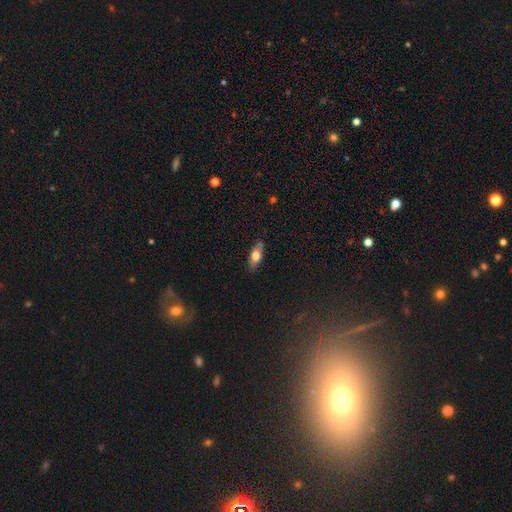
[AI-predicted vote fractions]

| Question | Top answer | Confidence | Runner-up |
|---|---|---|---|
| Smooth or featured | smooth | 64% | featured or disk (29%) |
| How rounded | in between | 73% | cigar-shaped (22%) |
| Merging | none | 81% | minor disturbance (15%) |